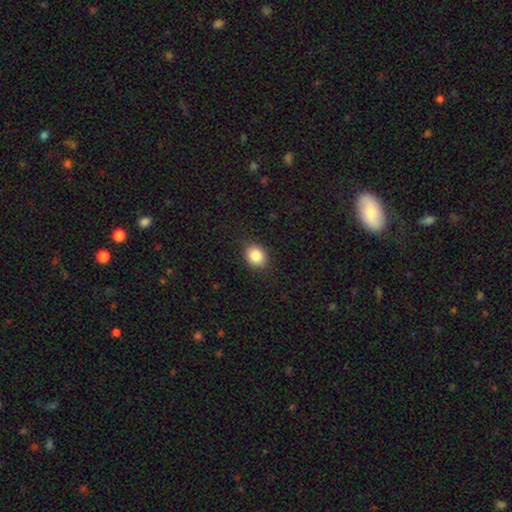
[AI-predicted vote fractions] smooth-or-featured: smooth: 86% | star or artifact: 9% | featured or disk: 5%
  how-rounded: round: 58% | in between: 42% | cigar-shaped: 1%
  merging: none: 87% | minor disturbance: 9% | major disturbance: 2% | merger: 1%